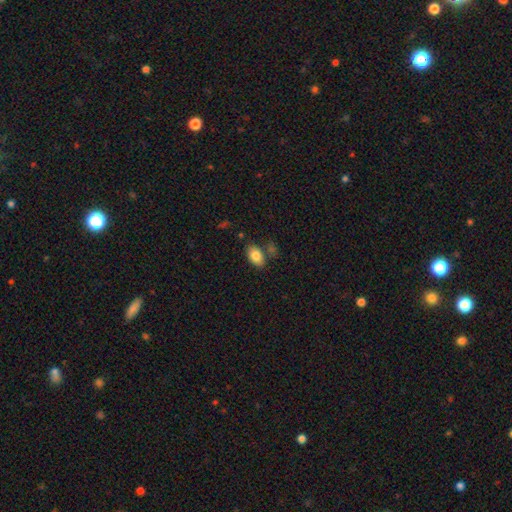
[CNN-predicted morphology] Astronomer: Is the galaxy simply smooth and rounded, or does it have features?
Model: smooth — 84%.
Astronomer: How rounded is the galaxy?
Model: in between — 90%.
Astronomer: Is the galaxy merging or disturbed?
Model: none — 72%.